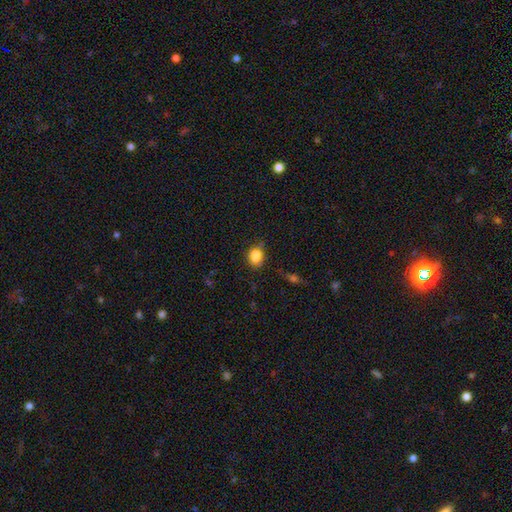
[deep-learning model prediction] Q: Smooth or featured?
A: smooth (85%); runner-up: star or artifact (10%)
Q: How rounded?
A: in between (52%); runner-up: round (47%)
Q: Merging?
A: none (68%); runner-up: minor disturbance (23%)